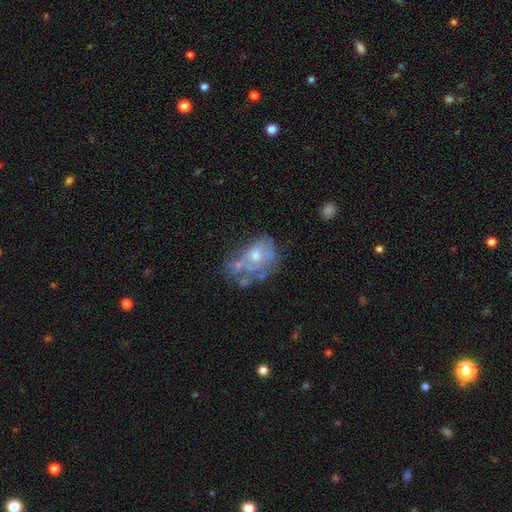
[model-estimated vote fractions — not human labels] Smooth or featured? Predicted: featured or disk (p=0.57). Edge-on disk? Predicted: no (p=0.97). Bar? Predicted: no (p=0.86). Spiral arms? Predicted: no (p=0.80). Bulge size? Predicted: moderate (p=0.55). Merging? Predicted: major disturbance (p=0.31).